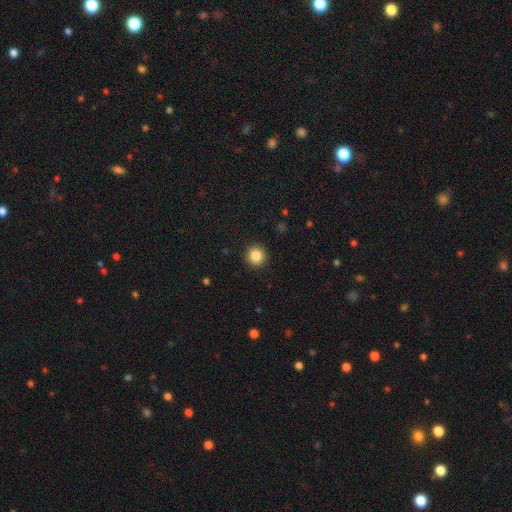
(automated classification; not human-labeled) Smooth or featured? smooth (87%)
How rounded? round (93%)
Merging? none (91%)